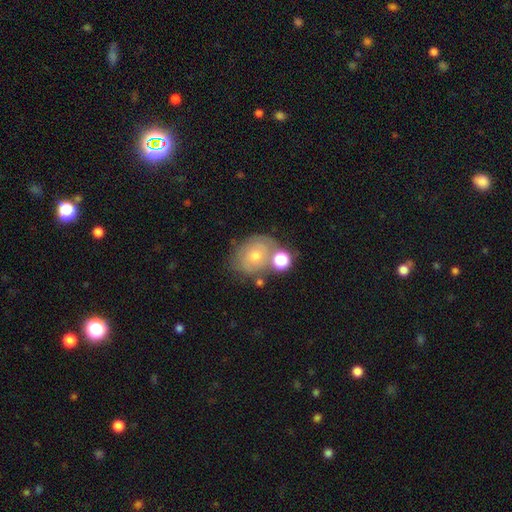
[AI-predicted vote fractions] The model was most divided on "smooth or featured": smooth: 50%, featured or disk: 38%, star or artifact: 12%. More confident: how rounded — round (58%); merging — none (51%).